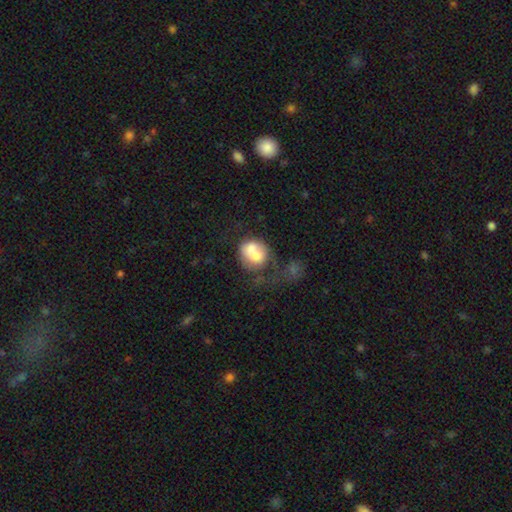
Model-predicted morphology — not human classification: Smooth or featured?
  - smooth: 61% *
  - featured or disk: 31%
  - star or artifact: 8%
How rounded?
  - round: 71% *
  - in between: 28%
  - cigar-shaped: 1%
Merging?
  - merger: 59% *
  - none: 21%
  - major disturbance: 11%
  - minor disturbance: 10%